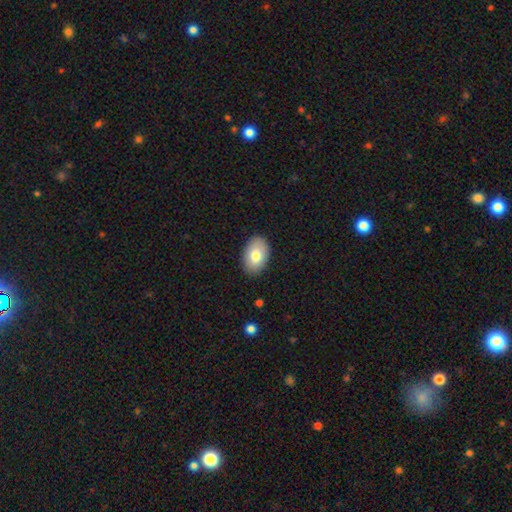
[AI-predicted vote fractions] smooth 78%, featured or disk 15%, star or artifact 7%. Down the decision tree: how rounded — in between (90%); merging — none (87%).